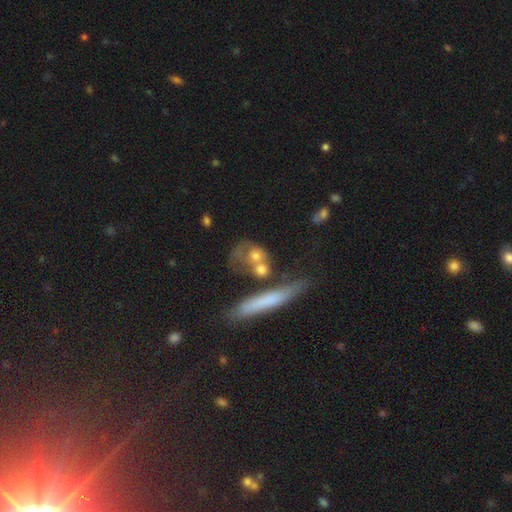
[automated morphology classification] smooth 57%, featured or disk 34%, star or artifact 10%. Down the decision tree: how rounded — round (47%); merging — merger (35%, tied with none).